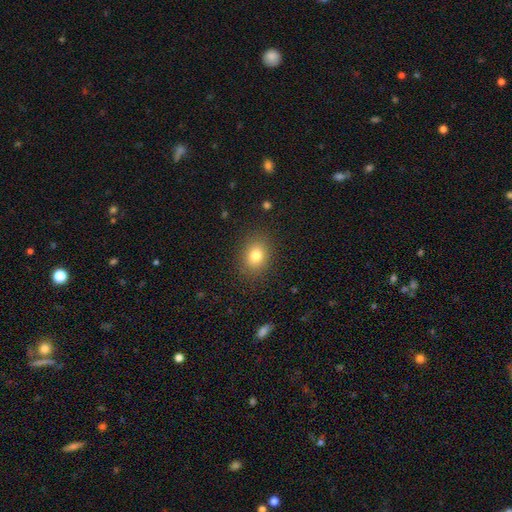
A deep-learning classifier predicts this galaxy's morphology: Q: Smooth or featured?
A: smooth (80%); runner-up: star or artifact (11%)
Q: How rounded?
A: round (51%); runner-up: in between (48%)
Q: Merging?
A: none (87%); runner-up: minor disturbance (9%)